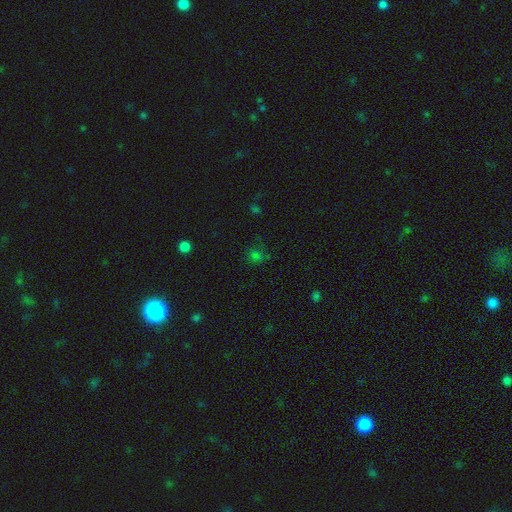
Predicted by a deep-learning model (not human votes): Smooth or featured? smooth (62%)
How rounded? round (69%)
Merging? none (65%)